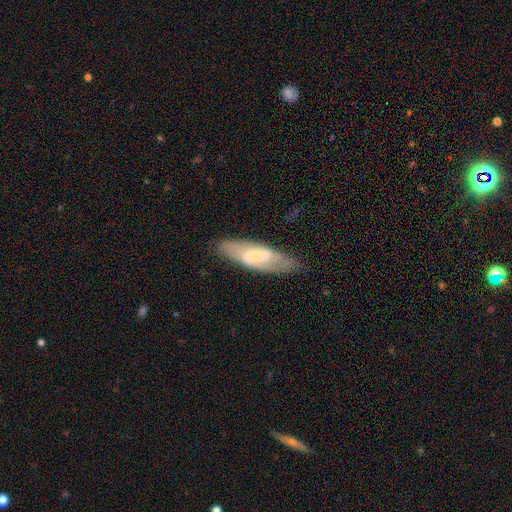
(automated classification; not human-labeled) A featured or disk galaxy (59%).

Vote fractions:
- Smooth or featured? featured or disk: 59% / smooth: 34% / star or artifact: 6%
- Edge-on disk? no: 78% / yes: 22%
- Merging? none: 77% / minor disturbance: 16% / major disturbance: 5% / merger: 2%